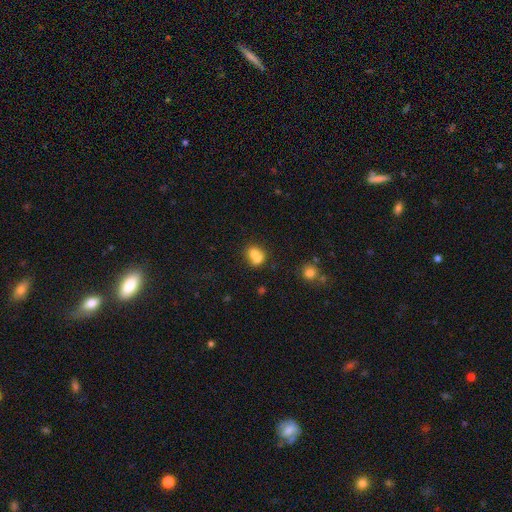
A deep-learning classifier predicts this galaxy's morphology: A smooth galaxy with no disk features (70%) that is round (62%). Merging: merger (62%).